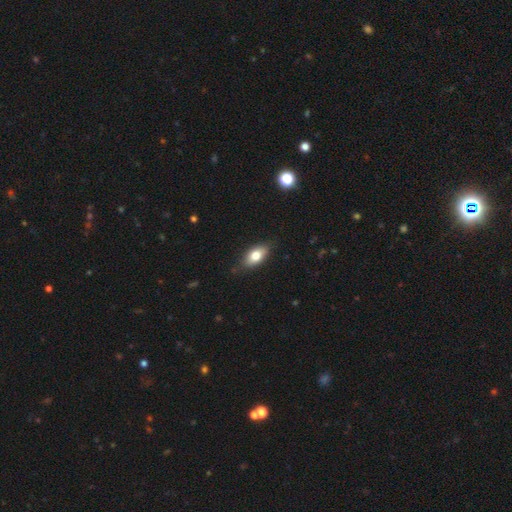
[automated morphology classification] A smooth galaxy with no disk features (76%) that is in between round and cigar-shaped (87%). Merging: none (80%).